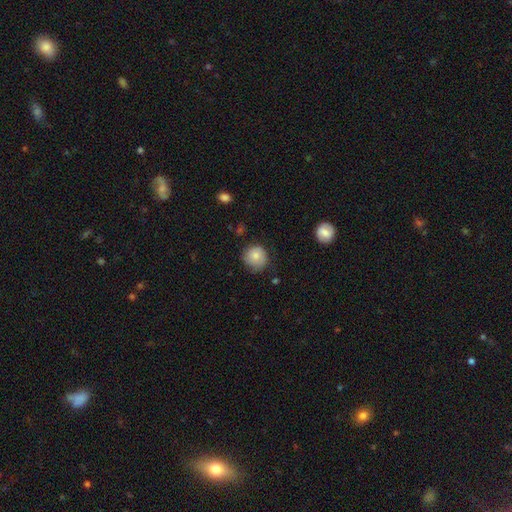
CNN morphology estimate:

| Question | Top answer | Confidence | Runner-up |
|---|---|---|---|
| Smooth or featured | smooth | 78% | featured or disk (14%) |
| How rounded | round | 89% | in between (10%) |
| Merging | none | 65% | minor disturbance (27%) |